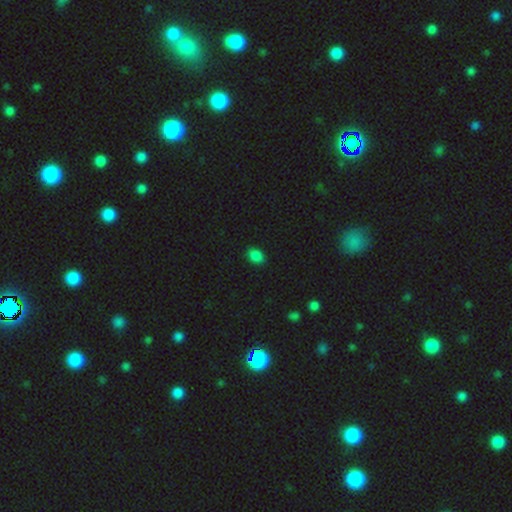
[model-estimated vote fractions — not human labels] Q: Smooth or featured?
A: smooth (84%); runner-up: star or artifact (13%)
Q: How rounded?
A: in between (70%); runner-up: round (29%)
Q: Merging?
A: none (88%); runner-up: minor disturbance (9%)